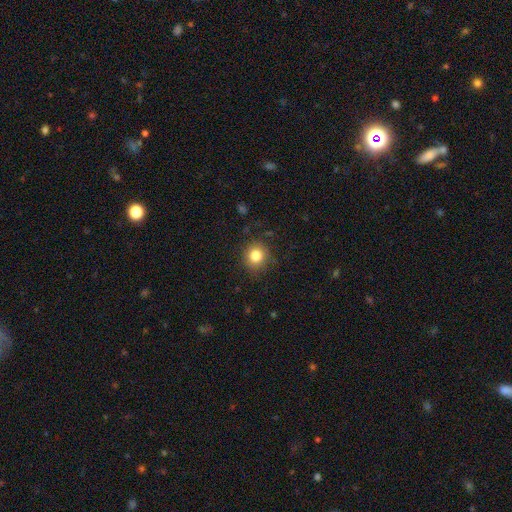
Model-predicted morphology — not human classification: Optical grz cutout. It shows a smooth galaxy with no disk features (82%) that is round (87%). Merging: none (86%).